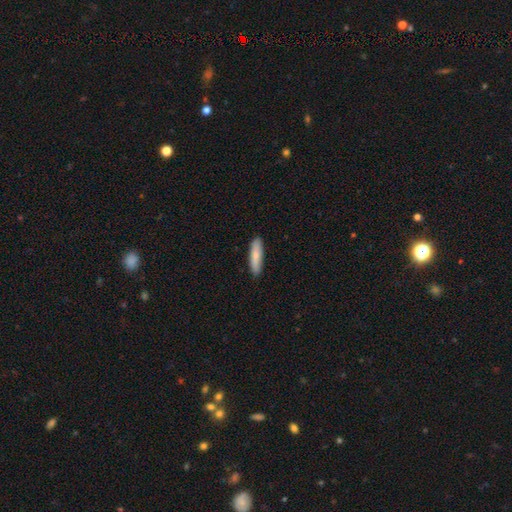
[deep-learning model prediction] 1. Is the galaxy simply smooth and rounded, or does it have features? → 79% smooth, 15% featured or disk, 5% star or artifact.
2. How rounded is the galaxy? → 74% cigar-shaped, 24% in between, 2% round.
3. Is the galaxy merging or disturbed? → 89% none, 9% minor disturbance, 2% major disturbance, 1% merger.